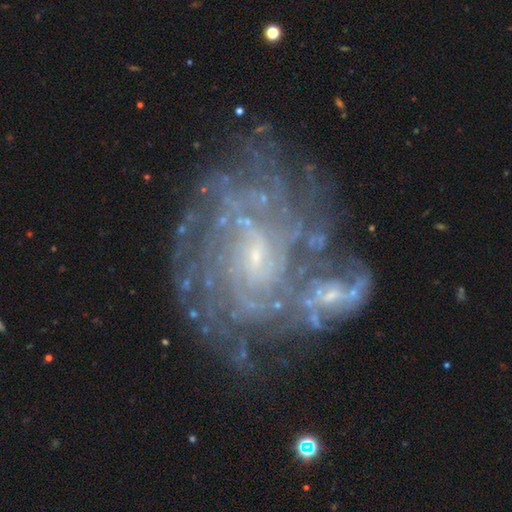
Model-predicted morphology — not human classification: Q: Smooth or featured?
A: featured or disk (86%); runner-up: star or artifact (7%)
Q: Edge-on disk?
A: no (98%); runner-up: yes (2%)
Q: Bar?
A: no (46%); runner-up: weak (43%)
Q: Spiral arms?
A: yes (93%); runner-up: no (7%)
Q: Spiral winding?
A: tight (66%); runner-up: medium (25%)
Q: Spiral arm count?
A: can't tell (37%); runner-up: more than 4 (19%)
Q: Bulge size?
A: small (80%); runner-up: moderate (10%)
Q: Merging?
A: none (53%); runner-up: merger (20%)